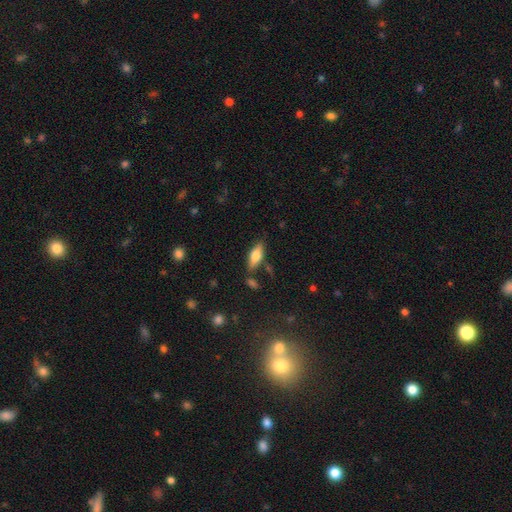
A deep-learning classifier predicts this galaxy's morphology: smooth_or_featured: smooth (p=0.66) [alt: featured or disk p=0.27]
how_rounded: in between (p=0.70) [alt: cigar-shaped p=0.27]
merging: none (p=0.77) [alt: minor disturbance p=0.14]